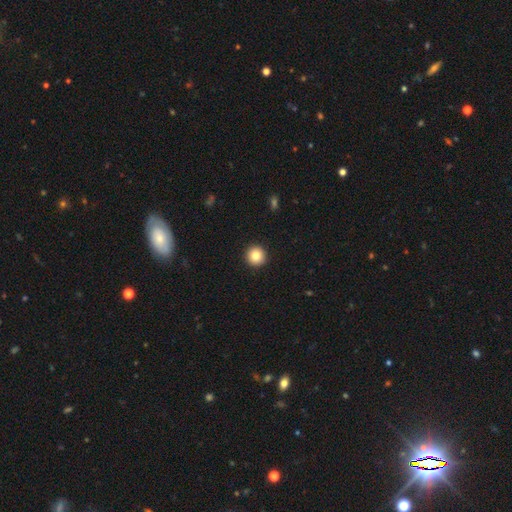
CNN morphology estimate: Smooth or featured? smooth (83%)
How rounded? round (96%)
Merging? none (94%)